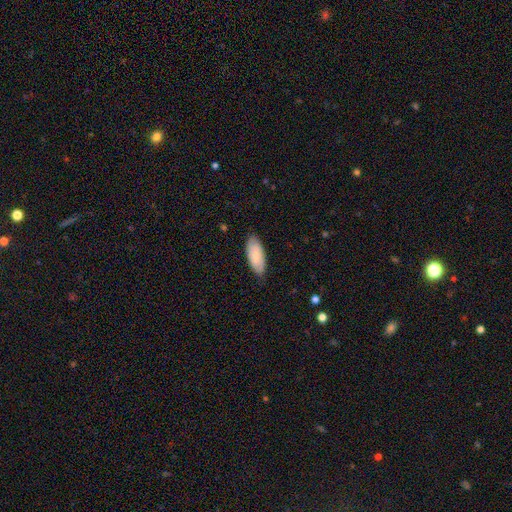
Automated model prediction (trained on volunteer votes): This appears to be a smooth galaxy with no disk features (83%) that is in between round and cigar-shaped (84%). Merging: none (83%).